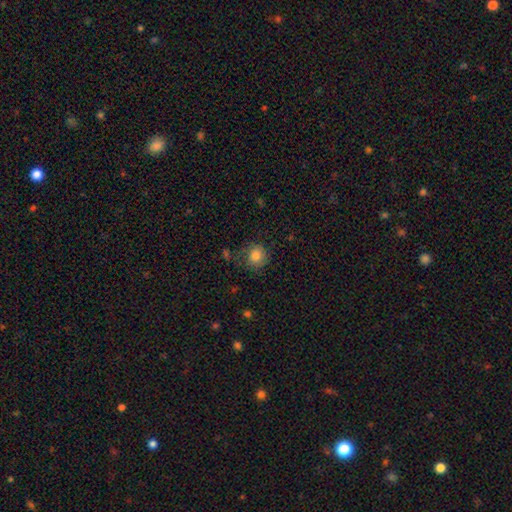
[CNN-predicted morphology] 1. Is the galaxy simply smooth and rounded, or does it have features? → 82% smooth, 11% star or artifact, 8% featured or disk.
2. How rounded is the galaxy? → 87% round, 12% in between, 1% cigar-shaped.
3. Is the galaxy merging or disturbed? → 76% none, 16% minor disturbance, 6% major disturbance, 2% merger.